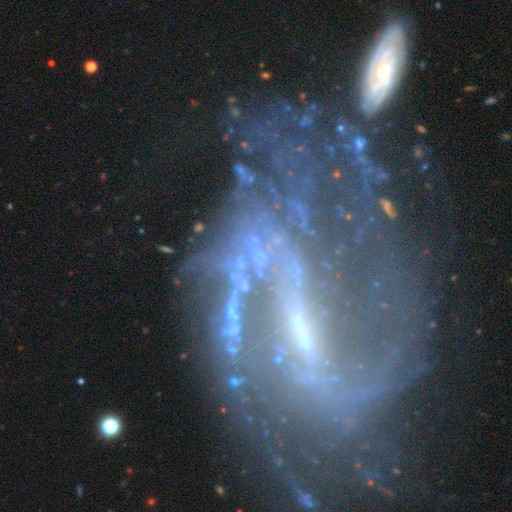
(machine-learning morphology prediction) Q: Smooth or featured?
A: featured or disk (84%); runner-up: star or artifact (10%)
Q: Edge-on disk?
A: no (96%); runner-up: yes (4%)
Q: Bar?
A: strong (46%); runner-up: weak (33%)
Q: Spiral arms?
A: yes (83%); runner-up: no (17%)
Q: Spiral winding?
A: loose (43%); runner-up: medium (36%)
Q: Spiral arm count?
A: 2 (49%); runner-up: can't tell (22%)
Q: Bulge size?
A: small (60%); runner-up: none (26%)
Q: Merging?
A: none (41%); runner-up: major disturbance (31%)